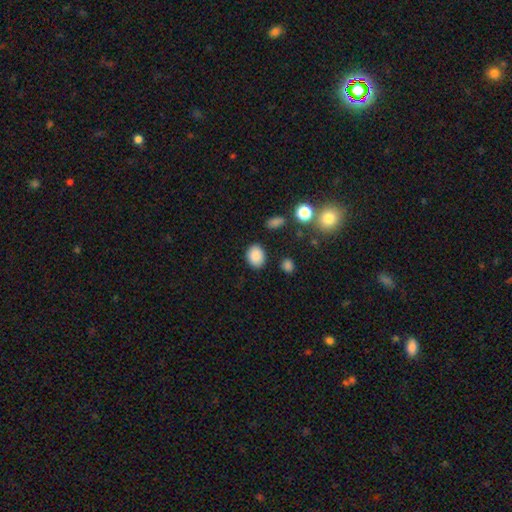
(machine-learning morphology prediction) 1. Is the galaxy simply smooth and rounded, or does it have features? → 87% smooth, 9% star or artifact, 5% featured or disk.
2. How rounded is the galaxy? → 58% in between, 41% round, 1% cigar-shaped.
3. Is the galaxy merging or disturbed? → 85% none, 10% minor disturbance, 3% major disturbance, 2% merger.